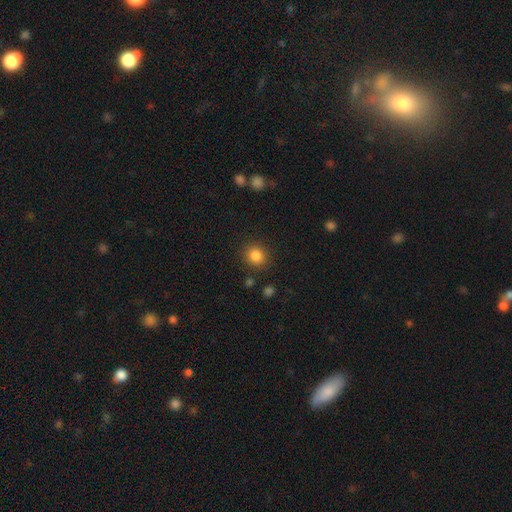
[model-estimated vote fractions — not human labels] A smooth galaxy with no disk features (85%) that is round (83%).

Vote fractions:
- Smooth or featured? smooth: 85% / star or artifact: 11% / featured or disk: 4%
- How rounded? round: 83% / in between: 16% / cigar-shaped: 1%
- Merging? none: 86% / minor disturbance: 8% / major disturbance: 3% / merger: 3%